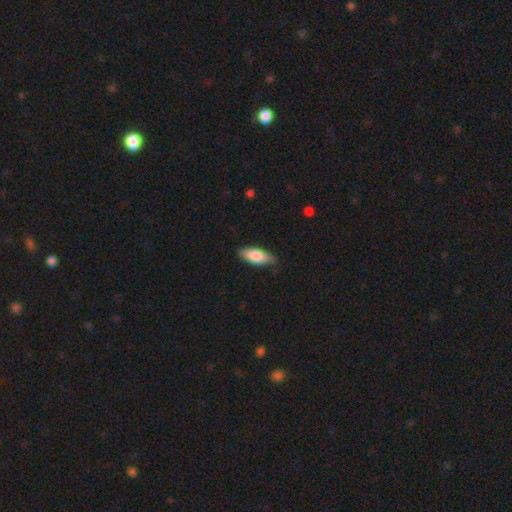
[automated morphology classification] type=smooth (77%); roundness=in between (82%); merging=none (77%).